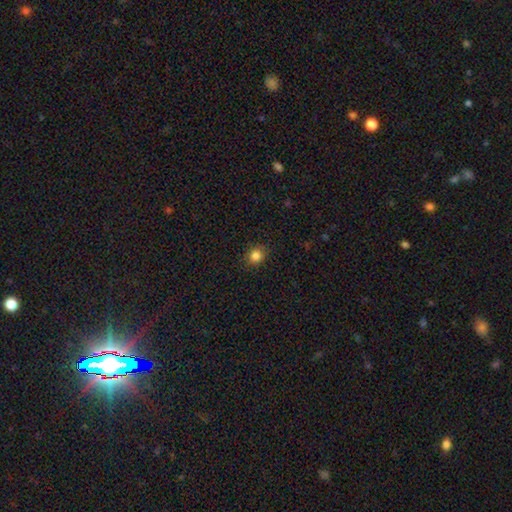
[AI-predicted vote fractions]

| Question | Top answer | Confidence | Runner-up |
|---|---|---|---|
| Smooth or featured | smooth | 83% | star or artifact (12%) |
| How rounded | round | 75% | in between (24%) |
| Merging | none | 87% | minor disturbance (9%) |